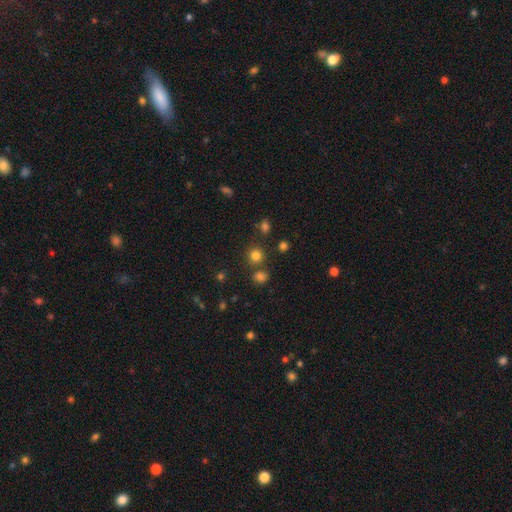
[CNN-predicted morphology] This is likely a smooth galaxy (78%). How rounded: clearly round (91%). Merging: likely none (78%).